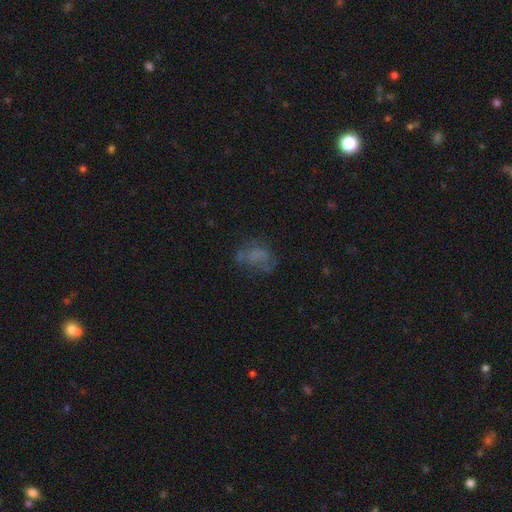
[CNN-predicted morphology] A smooth galaxy with no disk features (48%). Merging: none (50%).